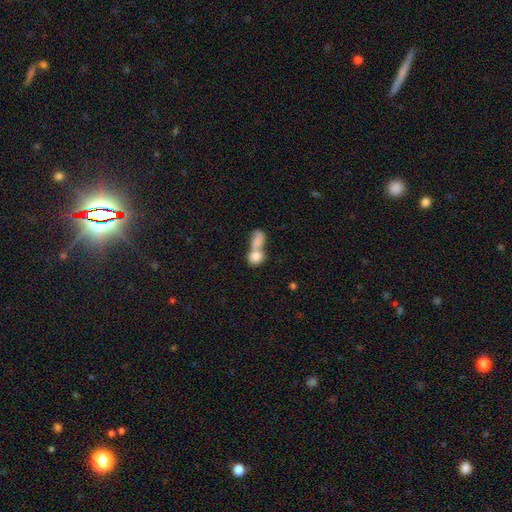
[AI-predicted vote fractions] Morphology: type=smooth (80%); roundness=round (48%, tied with in between); merging=merger (73%).